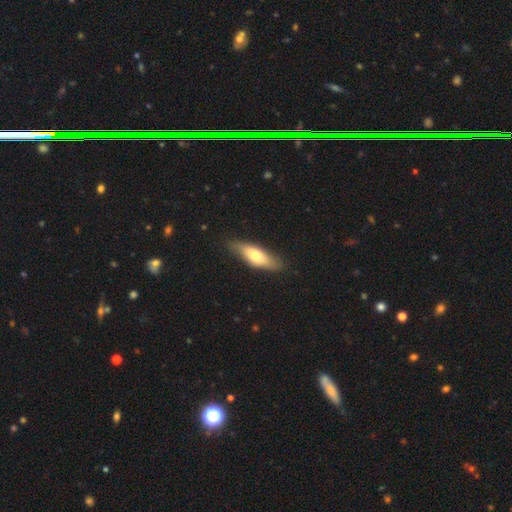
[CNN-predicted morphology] This is likely a smooth galaxy (62%). How rounded: possibly in between (53%). Merging: likely none (78%).